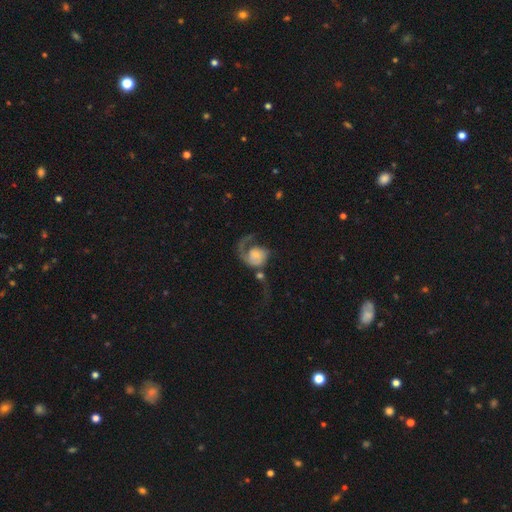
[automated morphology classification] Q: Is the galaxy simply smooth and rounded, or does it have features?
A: featured or disk — 63%.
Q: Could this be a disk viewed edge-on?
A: no — 98%.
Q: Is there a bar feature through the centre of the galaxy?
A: no — 77%.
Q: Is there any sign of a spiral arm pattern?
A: yes — 87%.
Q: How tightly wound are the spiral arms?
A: loose — 61%.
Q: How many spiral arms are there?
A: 1 — 73%.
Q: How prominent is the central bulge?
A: small — 36%.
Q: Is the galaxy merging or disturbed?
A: major disturbance — 46%.